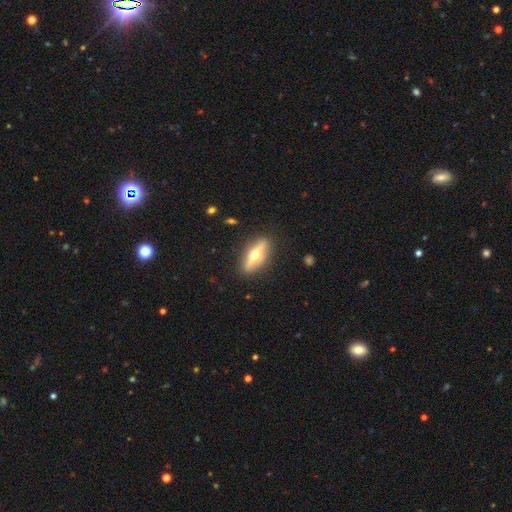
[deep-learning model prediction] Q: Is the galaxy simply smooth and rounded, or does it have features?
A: featured or disk — 66%.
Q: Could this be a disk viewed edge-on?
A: yes — 89%.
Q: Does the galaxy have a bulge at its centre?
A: rounded — 96%.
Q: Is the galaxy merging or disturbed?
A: none — 88%.